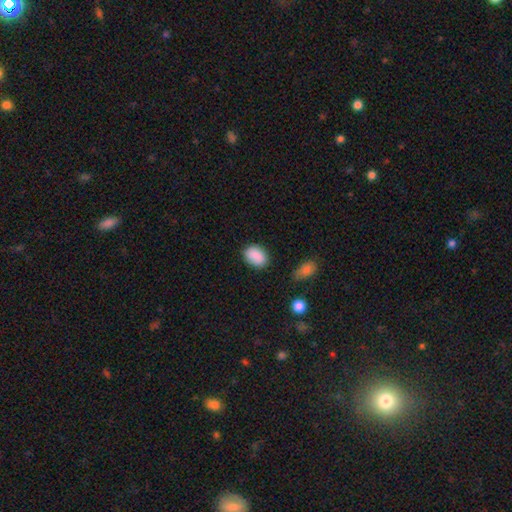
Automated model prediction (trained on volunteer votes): A smooth galaxy with no disk features (89%) that is in between round and cigar-shaped (78%).

Vote fractions:
- Smooth or featured? smooth: 89% / star or artifact: 7% / featured or disk: 4%
- How rounded? in between: 78% / round: 21% / cigar-shaped: 1%
- Merging? none: 80% / minor disturbance: 14% / major disturbance: 3% / merger: 2%